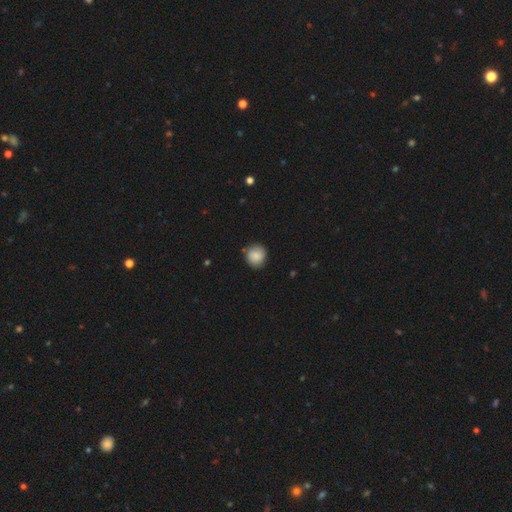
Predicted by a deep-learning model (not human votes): A smooth galaxy with no disk features (83%) that is round (86%).

Vote fractions:
- Smooth or featured? smooth: 83% / featured or disk: 10% / star or artifact: 8%
- How rounded? round: 86% / in between: 13% / cigar-shaped: 1%
- Merging? none: 81% / minor disturbance: 15% / major disturbance: 3% / merger: 2%